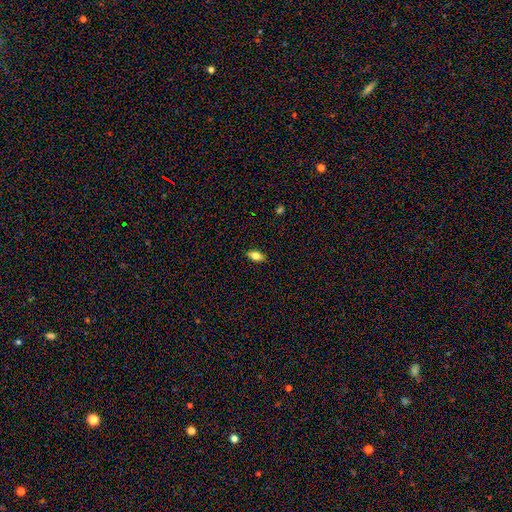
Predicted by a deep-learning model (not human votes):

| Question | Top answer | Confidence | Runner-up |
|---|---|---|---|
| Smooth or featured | smooth | 75% | featured or disk (17%) |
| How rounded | in between | 87% | cigar-shaped (9%) |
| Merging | none | 88% | minor disturbance (9%) |